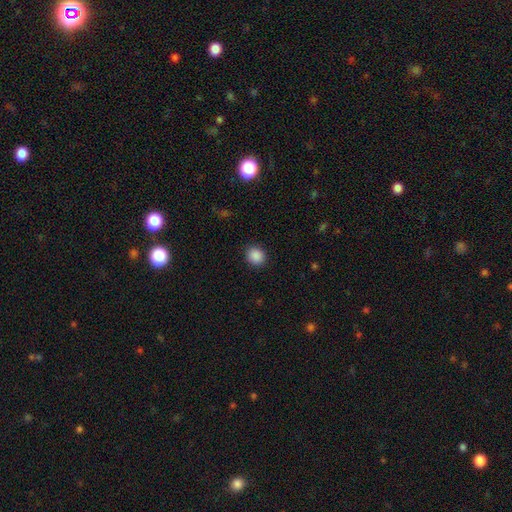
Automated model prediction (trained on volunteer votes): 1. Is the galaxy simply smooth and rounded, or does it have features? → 88% smooth, 9% star or artifact, 2% featured or disk.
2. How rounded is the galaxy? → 81% round, 18% in between, 1% cigar-shaped.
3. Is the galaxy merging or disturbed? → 90% none, 6% minor disturbance, 2% major disturbance, 1% merger.